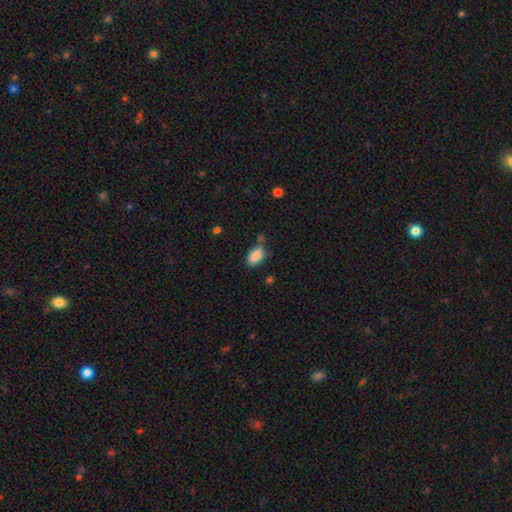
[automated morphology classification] Smooth or featured? Predicted: smooth (p=0.87). How rounded? Predicted: in between (p=0.92). Merging? Predicted: none (p=0.68).